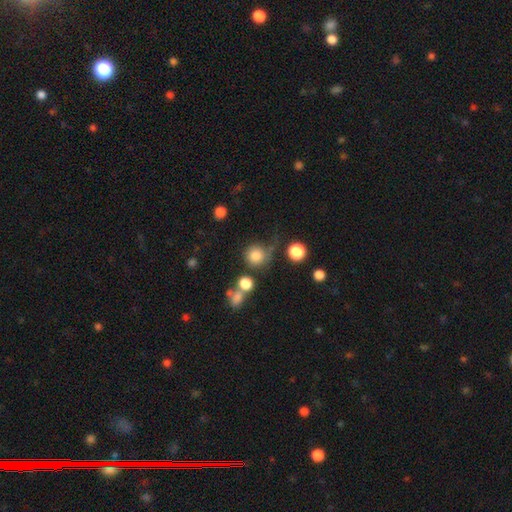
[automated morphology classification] Smooth or featured?
  - smooth: 81% *
  - star or artifact: 12%
  - featured or disk: 8%
How rounded?
  - round: 92% *
  - in between: 7%
  - cigar-shaped: 1%
Merging?
  - none: 61% *
  - minor disturbance: 17%
  - major disturbance: 11%
  - merger: 11%